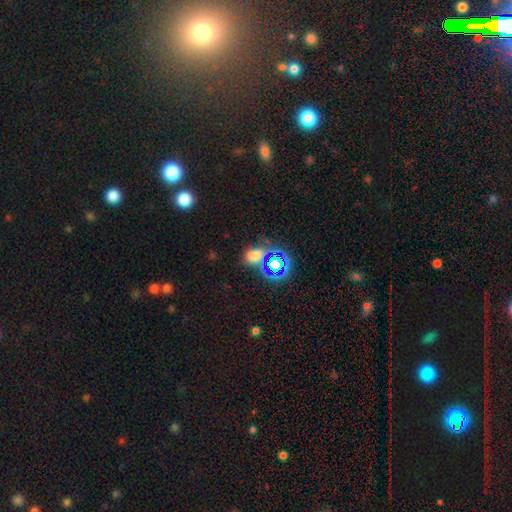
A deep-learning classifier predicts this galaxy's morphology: Smooth or featured? Predicted: smooth (p=0.55). How rounded? Predicted: in between (p=0.61). Merging? Predicted: none (p=0.51).